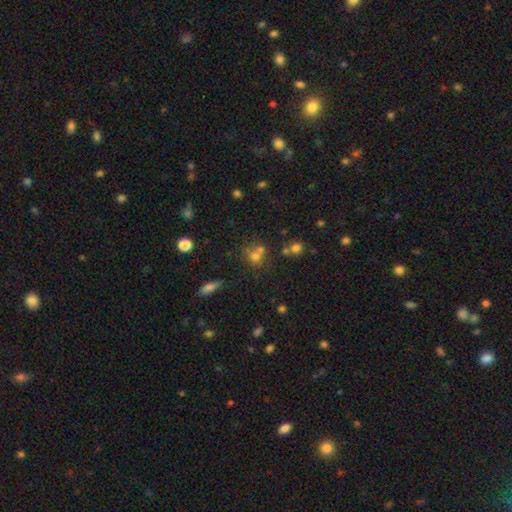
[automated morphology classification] smooth 60%, star or artifact 24%, featured or disk 15%. Down the decision tree: how rounded — round (79%); merging — none (47%).